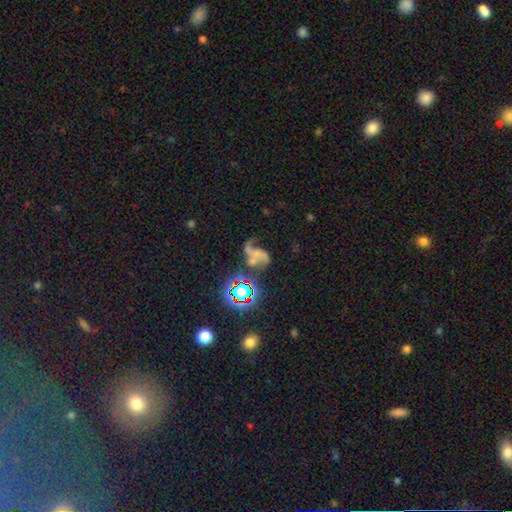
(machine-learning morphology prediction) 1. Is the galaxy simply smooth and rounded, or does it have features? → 59% featured or disk, 22% star or artifact, 19% smooth.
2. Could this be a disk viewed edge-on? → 97% no, 3% yes.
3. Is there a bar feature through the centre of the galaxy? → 66% no, 23% weak, 11% strong.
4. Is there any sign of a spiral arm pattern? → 78% yes, 22% no.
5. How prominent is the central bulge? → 55% none, 22% small, 14% moderate, 6% large, 3% dominant.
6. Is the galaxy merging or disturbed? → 30% none, 29% merger, 27% major disturbance, 15% minor disturbance.